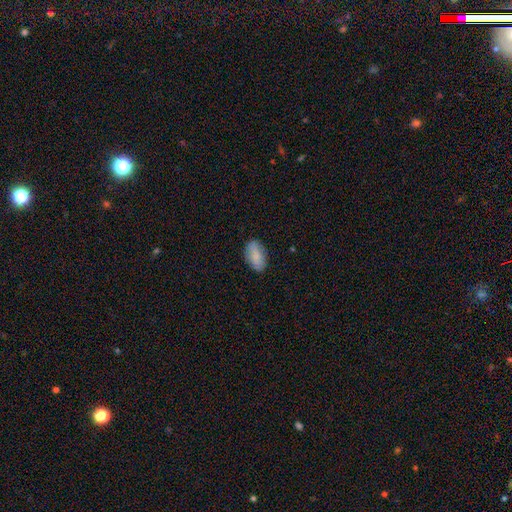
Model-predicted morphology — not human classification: type=smooth (82%); roundness=in between (92%); merging=none (81%).